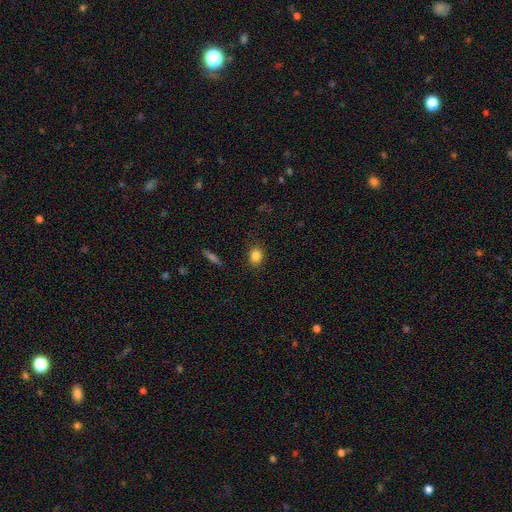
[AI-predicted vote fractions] A smooth galaxy with no disk features (83%) that is round (57%).

Vote fractions:
- Smooth or featured? smooth: 83% / star or artifact: 10% / featured or disk: 6%
- How rounded? round: 57% / in between: 41% / cigar-shaped: 2%
- Merging? none: 87% / minor disturbance: 9% / major disturbance: 2% / merger: 1%